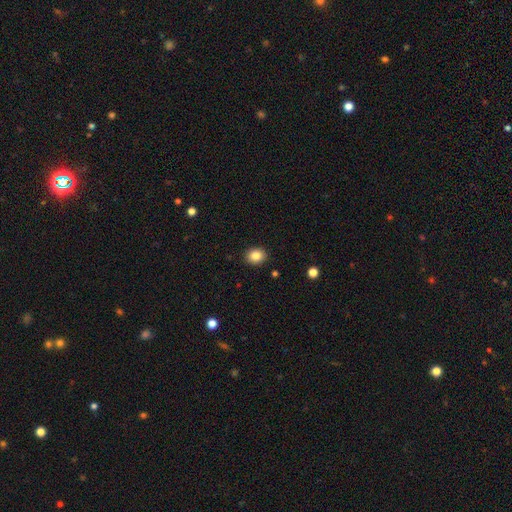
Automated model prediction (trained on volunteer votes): smooth-or-featured: smooth: 85% | star or artifact: 10% | featured or disk: 6%
  how-rounded: round: 60% | in between: 39% | cigar-shaped: 1%
  merging: none: 90% | minor disturbance: 7% | major disturbance: 2% | merger: 1%